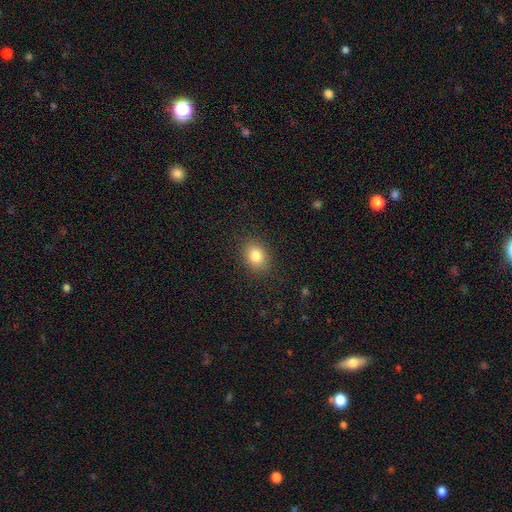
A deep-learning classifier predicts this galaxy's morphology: Smooth or featured? Predicted: smooth (p=0.83). How rounded? Predicted: in between (p=0.54). Merging? Predicted: none (p=0.87).